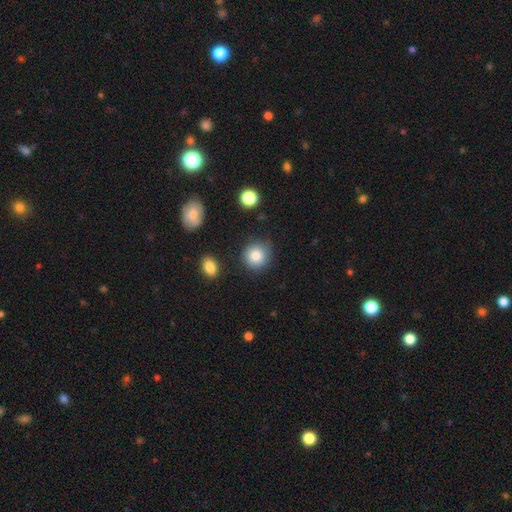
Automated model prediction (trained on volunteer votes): Smooth or featured?
  - smooth: 83% *
  - star or artifact: 9%
  - featured or disk: 8%
How rounded?
  - round: 89% *
  - in between: 10%
  - cigar-shaped: 1%
Merging?
  - none: 81% *
  - minor disturbance: 13%
  - major disturbance: 3%
  - merger: 3%